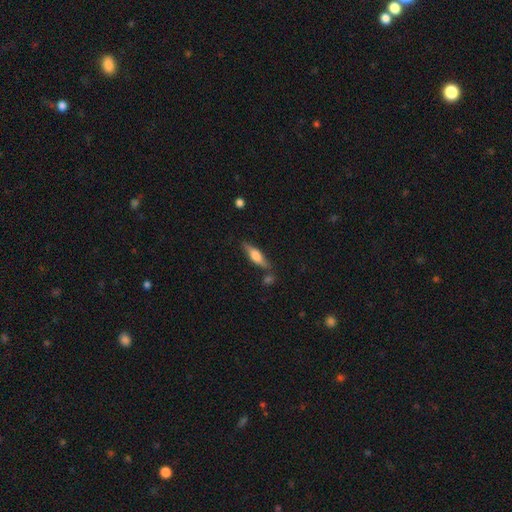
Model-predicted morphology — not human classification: The model was most divided on "smooth or featured": smooth: 48%, featured or disk: 46%, star or artifact: 6%. More confident: merging — none (75%).